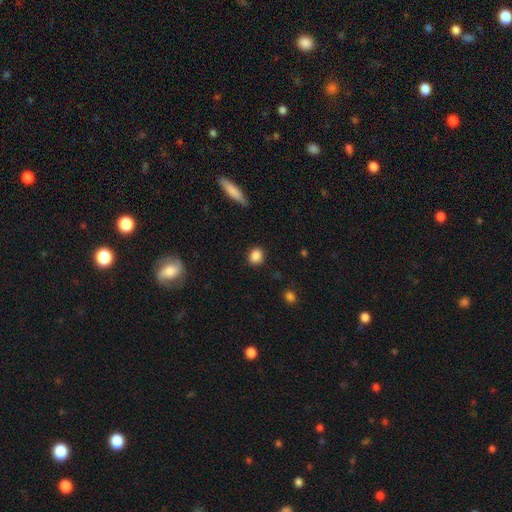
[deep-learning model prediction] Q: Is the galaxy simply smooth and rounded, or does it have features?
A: smooth — 87%.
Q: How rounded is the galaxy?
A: round — 64%.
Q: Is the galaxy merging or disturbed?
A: none — 87%.